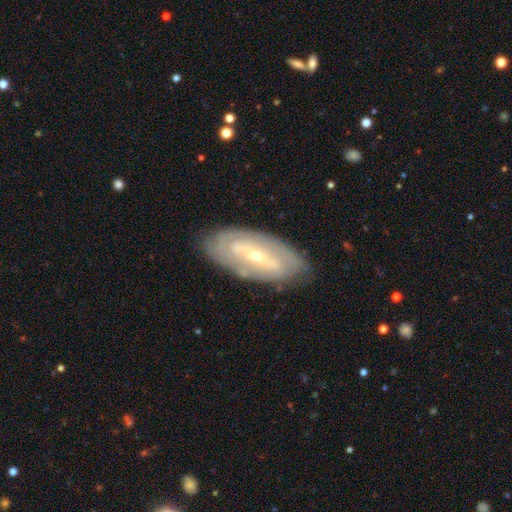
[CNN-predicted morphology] featured or disk 77%, smooth 17%, star or artifact 6%. Down the decision tree: edge-on disk — no (89%); bar — strong (40%); spiral arms — yes (72%); bulge size — small (61%); merging — none (82%).